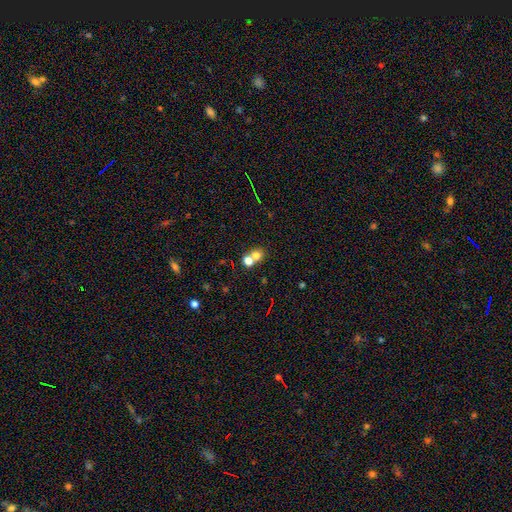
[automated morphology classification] smooth 72%, star or artifact 15%, featured or disk 12%. Down the decision tree: how rounded — round (74%); merging — merger (53%).